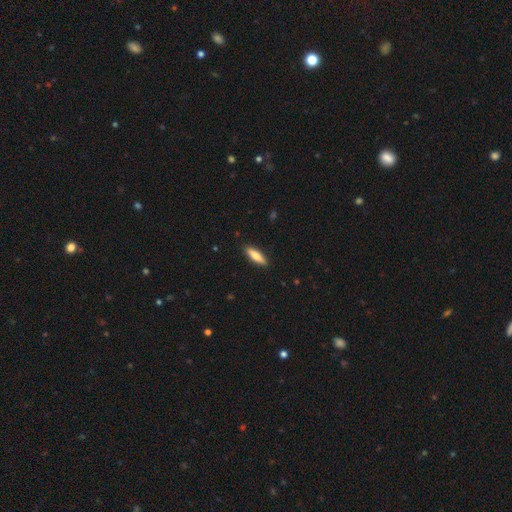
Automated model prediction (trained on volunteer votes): A smooth galaxy with no disk features (73%) that is cigar-shaped (61%).

Vote fractions:
- Smooth or featured? smooth: 73% / featured or disk: 22% / star or artifact: 6%
- How rounded? cigar-shaped: 61% / in between: 38% / round: 2%
- Merging? none: 90% / minor disturbance: 7% / major disturbance: 2% / merger: 1%